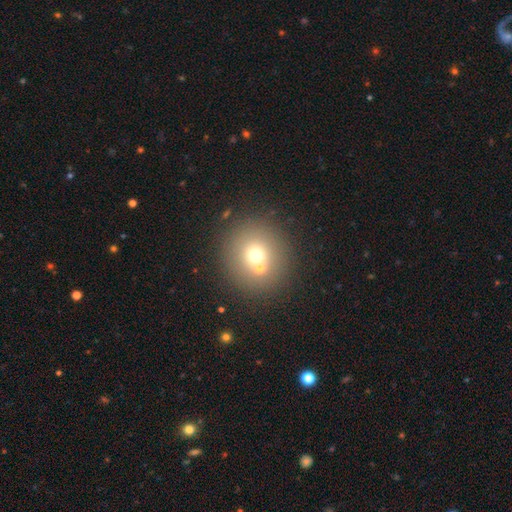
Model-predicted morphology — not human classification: smooth-or-featured: smooth: 65% | star or artifact: 17% | featured or disk: 17%
  how-rounded: round: 92% | in between: 7% | cigar-shaped: 1%
  merging: none: 68% | merger: 22% | minor disturbance: 7% | major disturbance: 3%